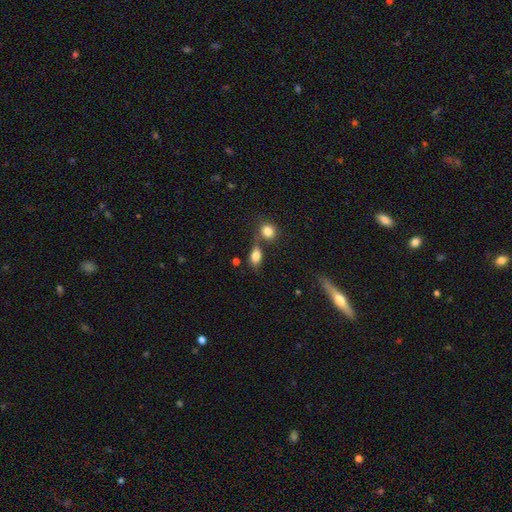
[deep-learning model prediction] Smooth or featured? Predicted: smooth (p=0.81). How rounded? Predicted: in between (p=0.82). Merging? Predicted: none (p=0.55).